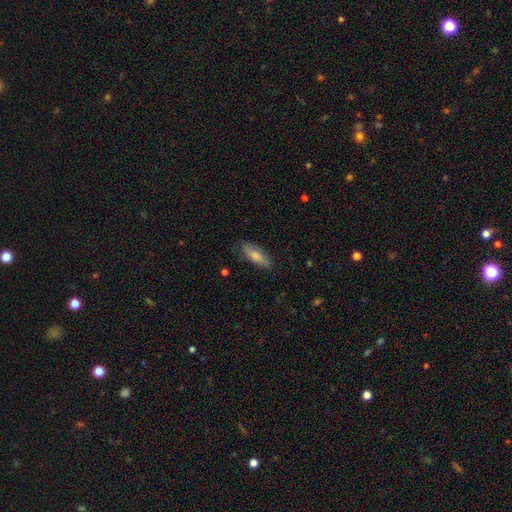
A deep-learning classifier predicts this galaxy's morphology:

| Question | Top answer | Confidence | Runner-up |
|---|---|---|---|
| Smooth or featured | smooth | 74% | featured or disk (20%) |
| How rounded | in between | 58% | cigar-shaped (40%) |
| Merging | none | 79% | minor disturbance (17%) |